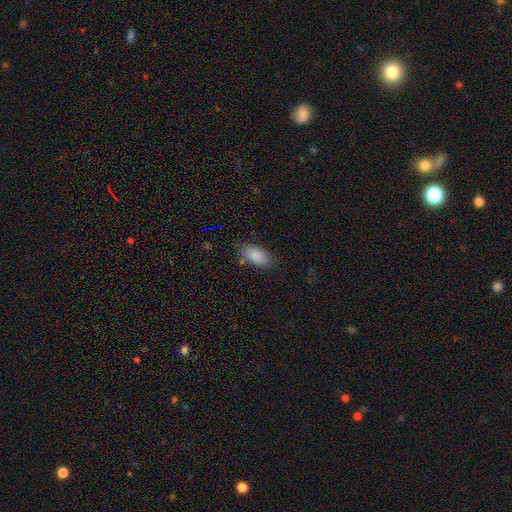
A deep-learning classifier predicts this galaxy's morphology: Smooth or featured: smooth — 87% (star or artifact — 7%)
How rounded: in between — 91% (cigar-shaped — 5%)
Merging: none — 76% (minor disturbance — 16%)